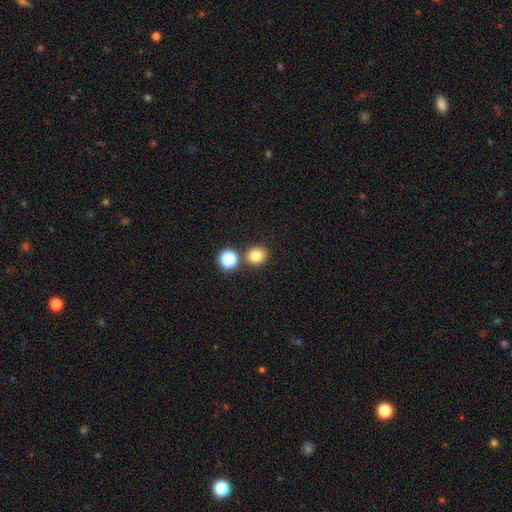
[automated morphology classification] A smooth galaxy with no disk features (79%) that is round (79%). Merging: none (80%).